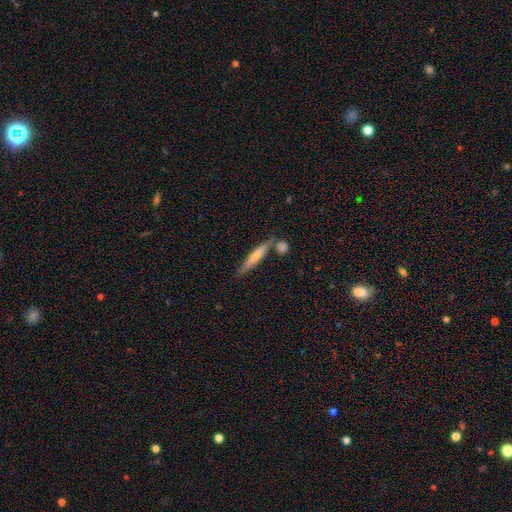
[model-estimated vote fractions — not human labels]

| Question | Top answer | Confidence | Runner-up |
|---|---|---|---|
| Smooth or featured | smooth | 49% | featured or disk (45%) |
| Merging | none | 75% | minor disturbance (11%) |